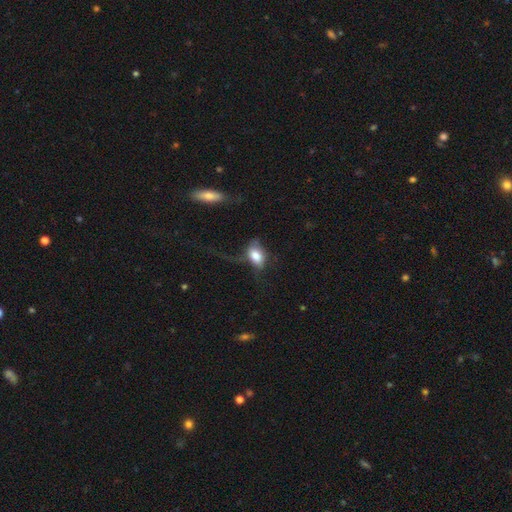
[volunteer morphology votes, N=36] smooth 86%, featured or disk 14%, star or artifact 0%. Down the decision tree: how rounded — in between (90%); merging — major disturbance (53%).